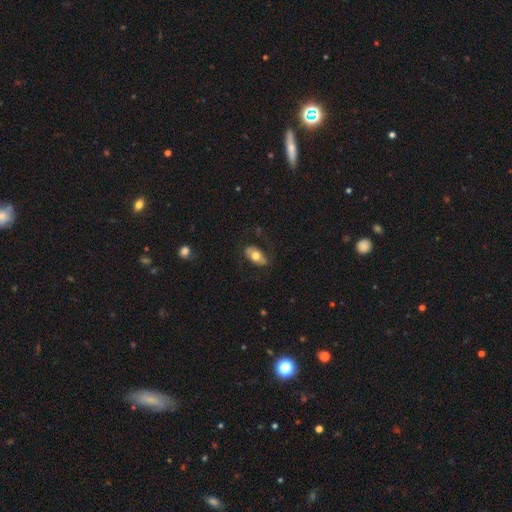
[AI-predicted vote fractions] Morphology: type=smooth (63%); roundness=in between (91%); merging=none (77%).